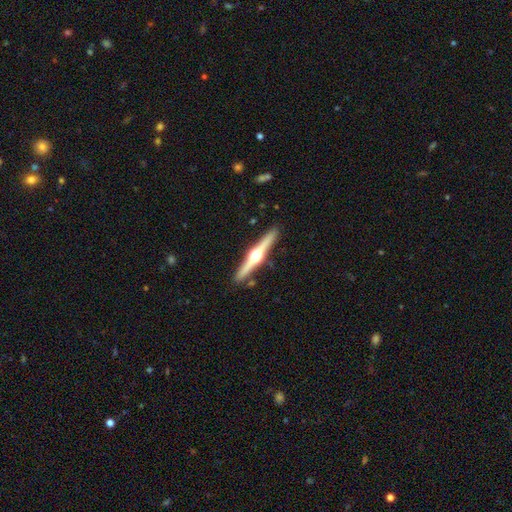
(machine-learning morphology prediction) smooth_or_featured: featured or disk (p=0.79) [alt: smooth p=0.16]
disk_edge_on: yes (p=0.98) [alt: no p=0.02]
edge_on_bulge: rounded (p=0.96) [alt: boxy p=0.02]
merging: none (p=0.89) [alt: minor disturbance p=0.07]